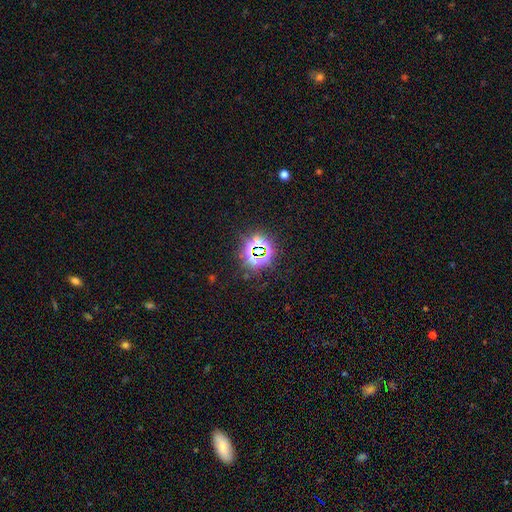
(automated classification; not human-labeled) The model was most divided on "smooth or featured": star or artifact: 78%, smooth: 14%, featured or disk: 8%.